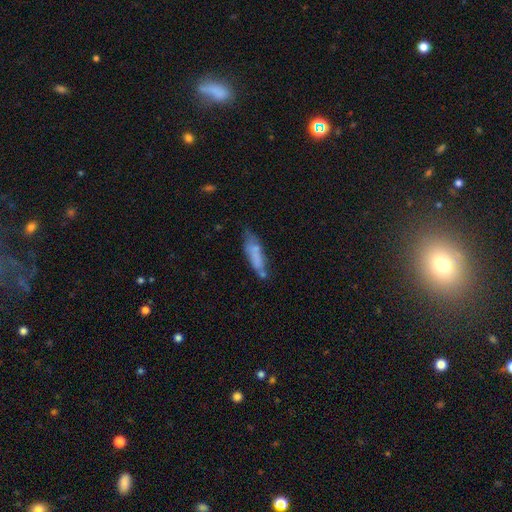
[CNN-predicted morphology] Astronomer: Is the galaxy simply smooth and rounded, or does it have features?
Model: smooth — 66%.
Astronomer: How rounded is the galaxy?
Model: cigar-shaped — 66%.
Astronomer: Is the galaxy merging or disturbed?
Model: none — 51% (runner-up: minor disturbance, 27%).